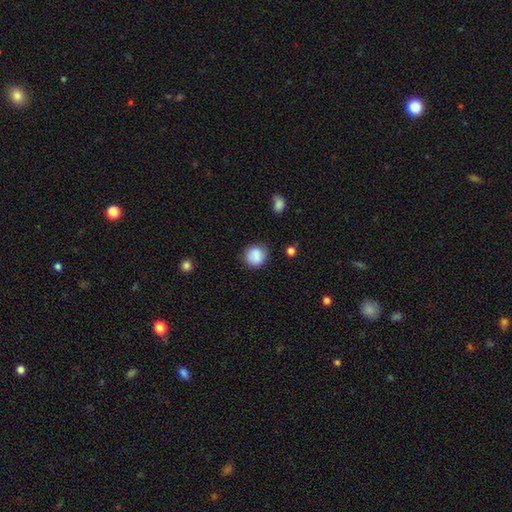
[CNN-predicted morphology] The model was most divided on "merging": none: 82%, minor disturbance: 13%, major disturbance: 4%, merger: 2%. More confident: how rounded — round (86%); smooth or featured — smooth (84%).